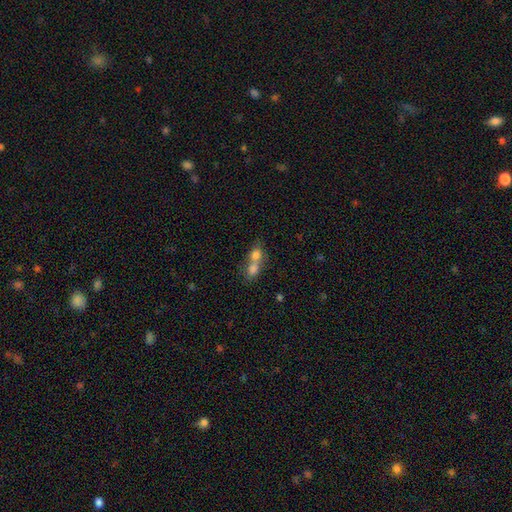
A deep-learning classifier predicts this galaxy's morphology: Smooth or featured? smooth (74%)
How rounded? round (53%)
Merging? merger (74%)